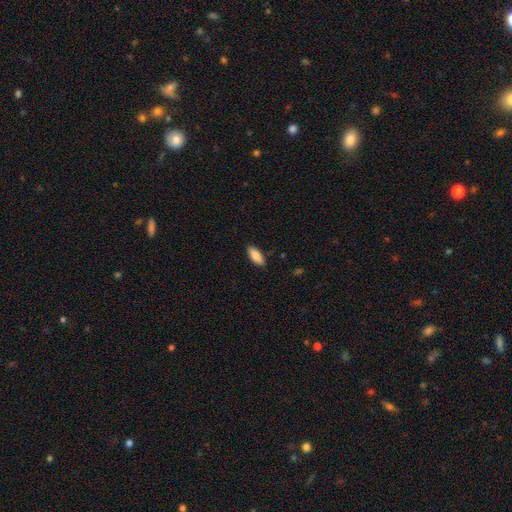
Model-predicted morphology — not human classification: smooth-or-featured: smooth: 86% | featured or disk: 8% | star or artifact: 6%
  how-rounded: in between: 82% | cigar-shaped: 16% | round: 2%
  merging: none: 88% | minor disturbance: 9% | major disturbance: 2% | merger: 1%